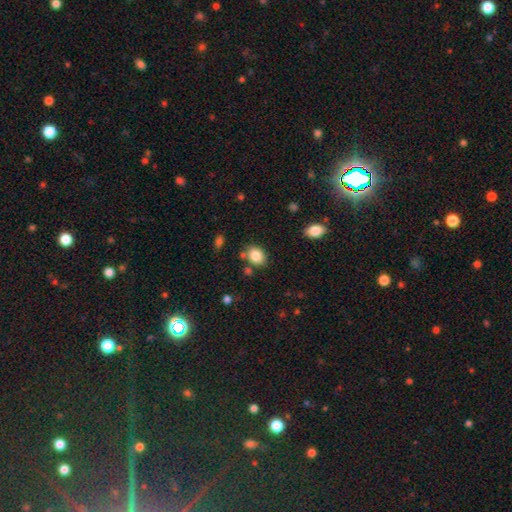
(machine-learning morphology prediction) Overall: smooth (85%). How rounded: in between (57%; round 42%). Merging: none (75%).